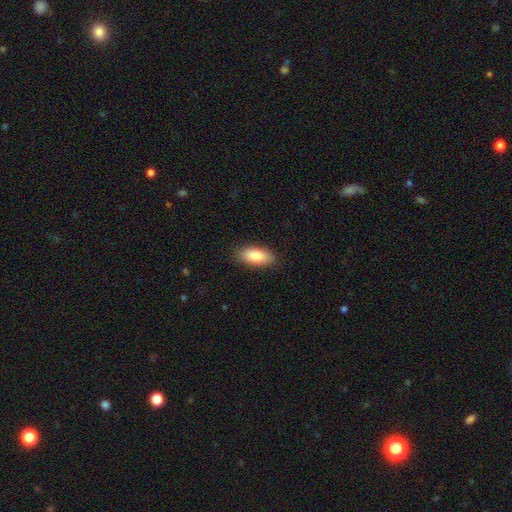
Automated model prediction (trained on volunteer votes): A smooth galaxy with no disk features (84%) that is in between round and cigar-shaped (85%).

Vote fractions:
- Smooth or featured? smooth: 84% / featured or disk: 9% / star or artifact: 6%
- How rounded? in between: 85% / cigar-shaped: 13% / round: 2%
- Merging? none: 87% / minor disturbance: 10% / major disturbance: 2% / merger: 1%